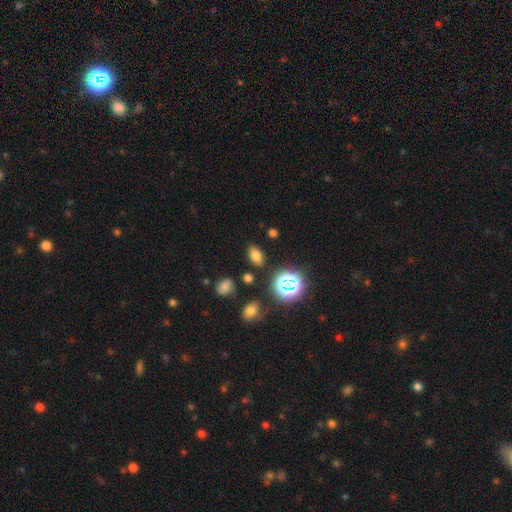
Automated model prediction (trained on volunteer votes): Smooth or featured: smooth — 68% (star or artifact — 22%)
How rounded: in between — 86% (round — 12%)
Merging: none — 83% (minor disturbance — 11%)